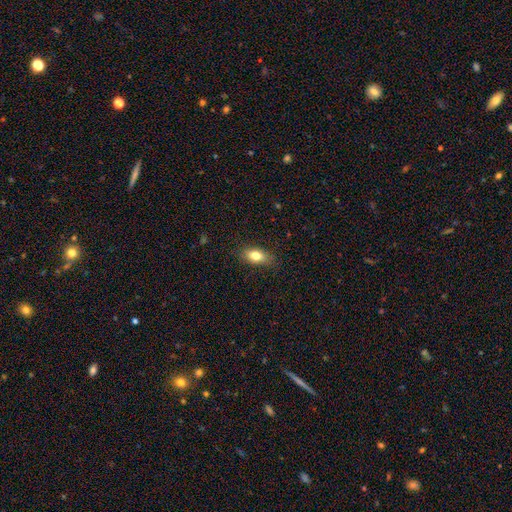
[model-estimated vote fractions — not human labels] Morphology: type=smooth (80%); roundness=in between (84%); merging=none (83%).